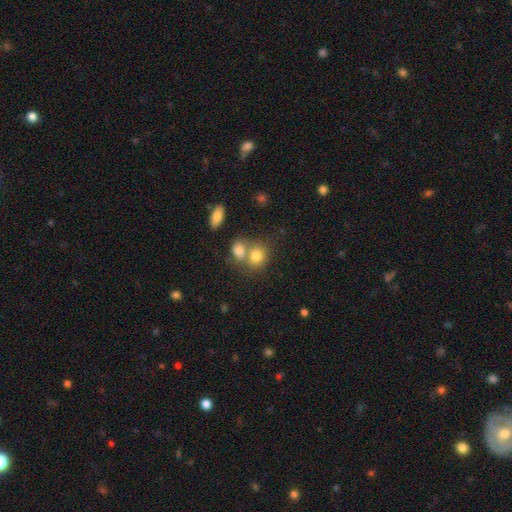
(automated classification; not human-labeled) smooth-or-featured: smooth: 78% | featured or disk: 12% | star or artifact: 10%
  how-rounded: round: 62% | in between: 37% | cigar-shaped: 1%
  merging: merger: 50% | none: 36% | minor disturbance: 9% | major disturbance: 4%